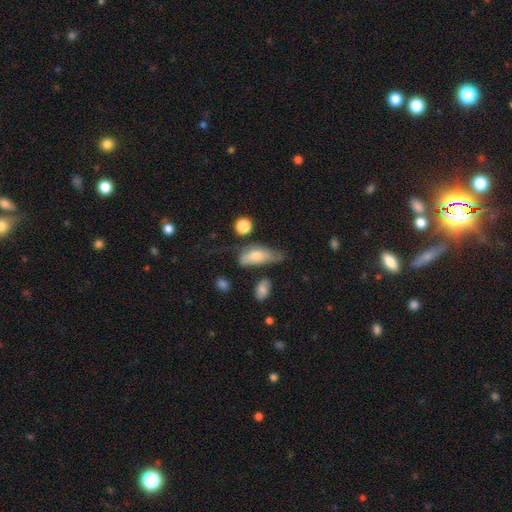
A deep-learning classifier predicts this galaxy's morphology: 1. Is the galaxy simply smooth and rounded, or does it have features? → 62% smooth, 30% featured or disk, 8% star or artifact.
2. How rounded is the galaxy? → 80% in between, 16% cigar-shaped, 4% round.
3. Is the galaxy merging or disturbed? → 36% minor disturbance, 31% none, 25% major disturbance, 7% merger.